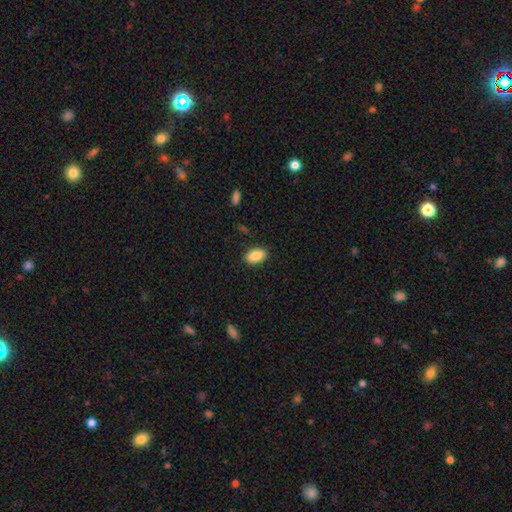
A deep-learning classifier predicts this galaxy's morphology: Smooth or featured: smooth — 88% (star or artifact — 7%)
How rounded: in between — 92% (round — 5%)
Merging: none — 88% (minor disturbance — 9%)